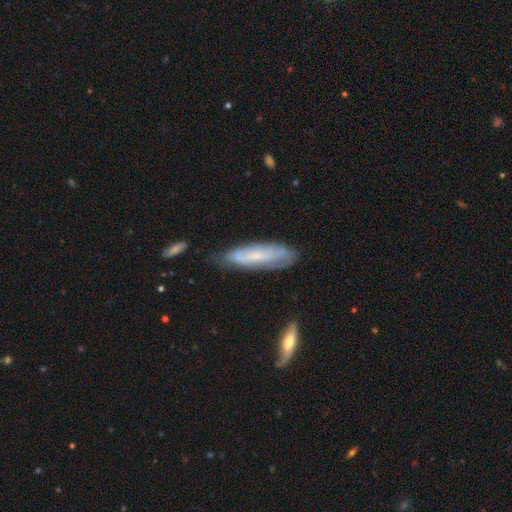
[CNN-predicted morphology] A featured or disk galaxy (54%).

Vote fractions:
- Smooth or featured? featured or disk: 54% / smooth: 38% / star or artifact: 8%
- Edge-on disk? no: 67% / yes: 33%
- Merging? none: 61% / minor disturbance: 27% / major disturbance: 9% / merger: 4%